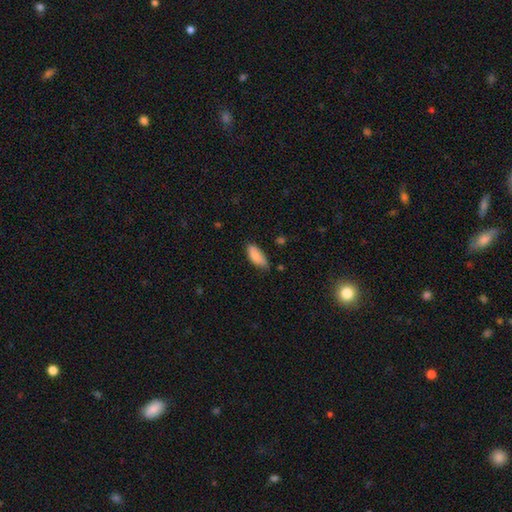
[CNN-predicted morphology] Q: Smooth or featured?
A: smooth (87%); runner-up: featured or disk (7%)
Q: How rounded?
A: in between (86%); runner-up: cigar-shaped (13%)
Q: Merging?
A: none (68%); runner-up: minor disturbance (27%)